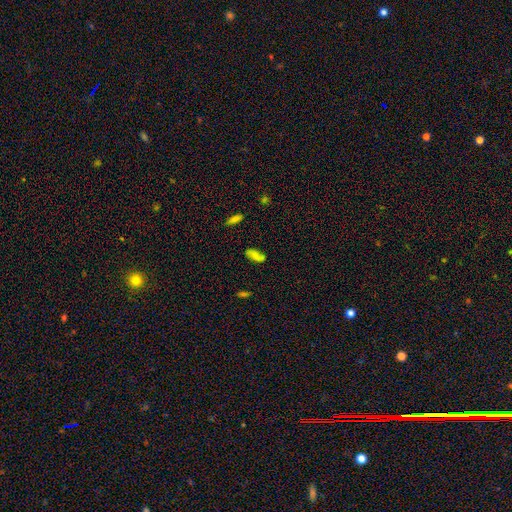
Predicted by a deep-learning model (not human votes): This appears to be a smooth galaxy with no disk features (68%) that is in between round and cigar-shaped (86%). Merging: none (73%).